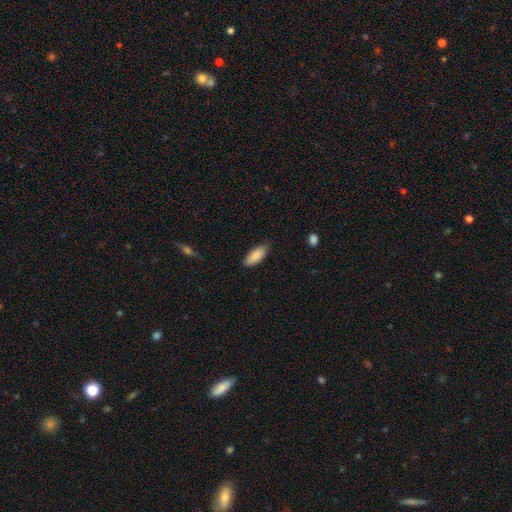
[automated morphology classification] smooth_or_featured: smooth (p=0.88) [alt: star or artifact p=0.06]
how_rounded: in between (p=0.78) [alt: cigar-shaped p=0.20]
merging: none (p=0.82) [alt: minor disturbance p=0.14]